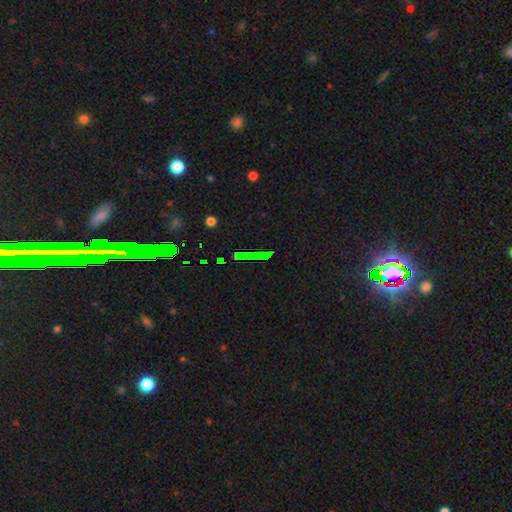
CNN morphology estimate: type=star or artifact (66%).